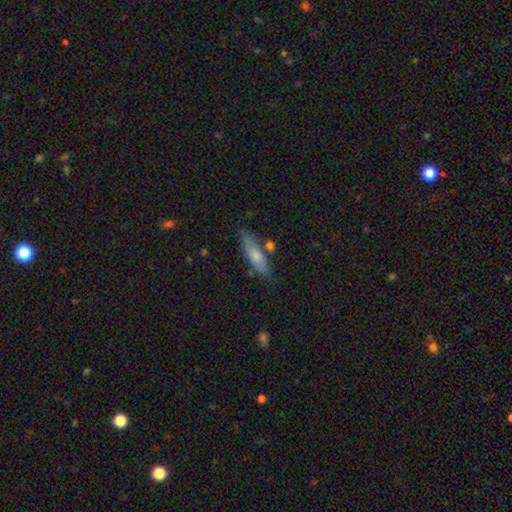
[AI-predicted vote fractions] Smooth or featured? smooth (68%)
How rounded? cigar-shaped (68%)
Merging? none (75%)